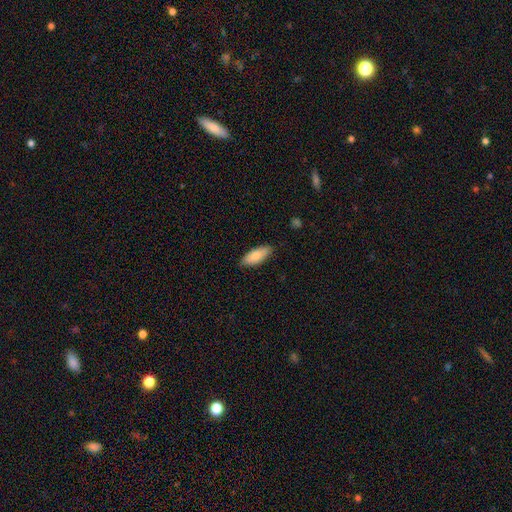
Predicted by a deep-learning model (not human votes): A smooth galaxy with no disk features (82%) that is in between round and cigar-shaped (77%).

Vote fractions:
- Smooth or featured? smooth: 82% / featured or disk: 12% / star or artifact: 6%
- How rounded? in between: 77% / cigar-shaped: 21% / round: 2%
- Merging? none: 85% / minor disturbance: 12% / major disturbance: 2% / merger: 1%